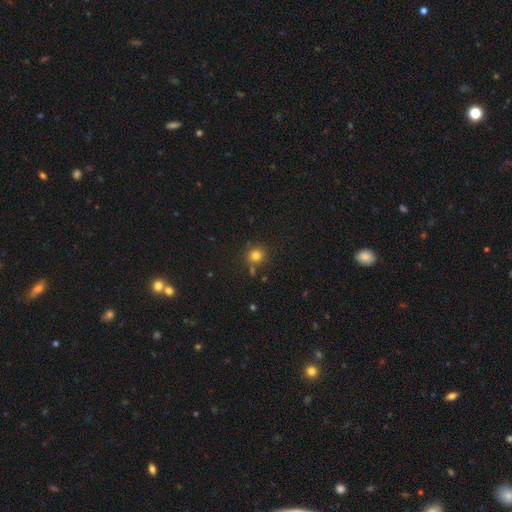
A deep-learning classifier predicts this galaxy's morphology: This is likely a smooth galaxy (79%). How rounded: clearly round (91%). Merging: likely none (78%).